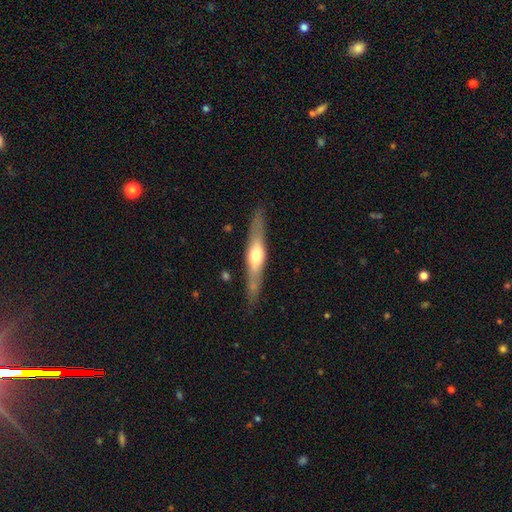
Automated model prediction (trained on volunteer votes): This appears to be a featured or disk galaxy (61%) viewed edge-on (91%) with a rounded central bulge (89%). Merging: none (83%).